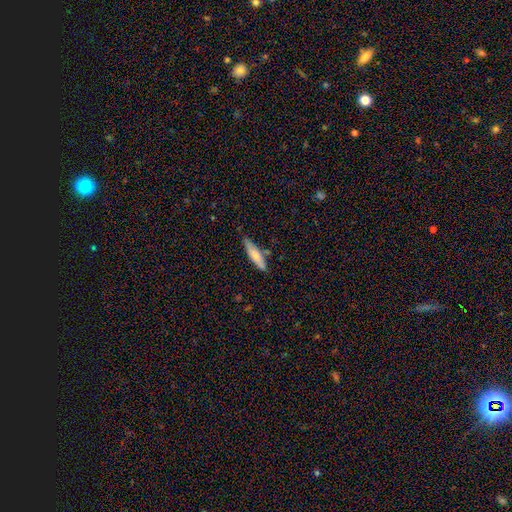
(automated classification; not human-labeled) Smooth or featured? Predicted: smooth (p=0.71). How rounded? Predicted: cigar-shaped (p=0.76). Merging? Predicted: none (p=0.79).